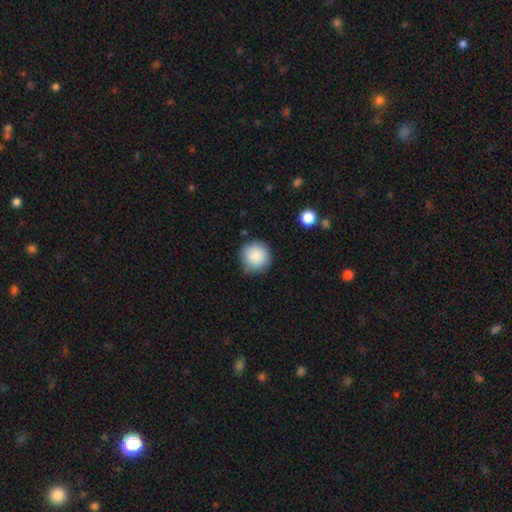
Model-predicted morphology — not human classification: Smooth or featured? Predicted: smooth (p=0.88). How rounded? Predicted: round (p=0.95). Merging? Predicted: none (p=0.83).